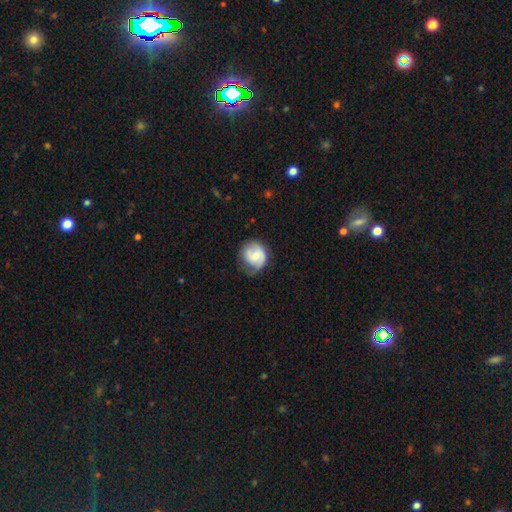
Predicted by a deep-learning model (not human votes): smooth_or_featured: smooth (p=0.47) [alt: featured or disk p=0.46]
merging: none (p=0.58) [alt: minor disturbance p=0.30]